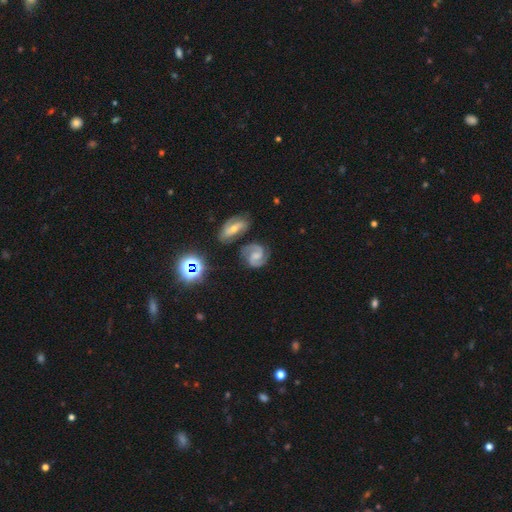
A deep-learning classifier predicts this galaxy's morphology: Smooth or featured?
  - featured or disk: 84% *
  - smooth: 8%
  - star or artifact: 7%
Edge-on disk?
  - no: 97% *
  - yes: 3%
Bar?
  - weak: 44% *
  - no: 41%
  - strong: 15%
Spiral arms?
  - yes: 98% *
  - no: 2%
Spiral winding?
  - medium: 57% *
  - tight: 29%
  - loose: 13%
Spiral arm count?
  - 2: 91% *
  - can't tell: 3%
  - 3: 2%
  - 1: 2%
  - 4: 1%
  - more than 4: 1%
Bulge size?
  - small: 36% *
  - moderate: 35%
  - none: 22%
  - large: 6%
  - dominant: 2%
Merging?
  - none: 72% *
  - minor disturbance: 13%
  - merger: 9%
  - major disturbance: 5%